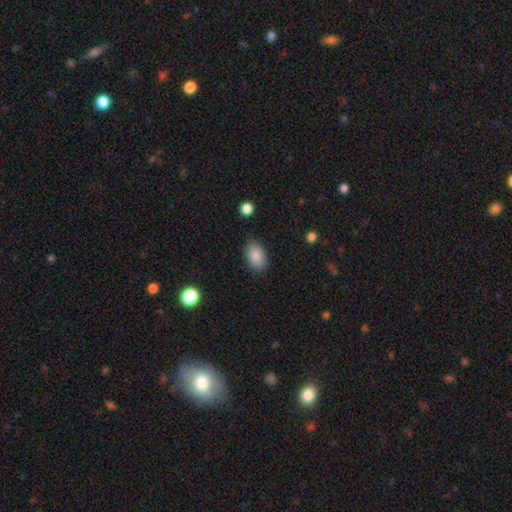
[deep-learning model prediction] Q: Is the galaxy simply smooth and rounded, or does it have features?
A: smooth — 86%.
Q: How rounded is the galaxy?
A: in between — 91%.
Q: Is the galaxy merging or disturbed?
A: none — 83%.